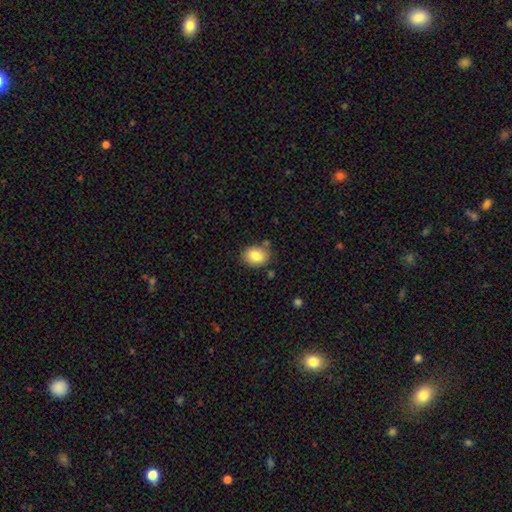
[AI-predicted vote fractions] A smooth galaxy with no disk features (83%) that is in between round and cigar-shaped (62%).

Vote fractions:
- Smooth or featured? smooth: 83% / featured or disk: 8% / star or artifact: 8%
- How rounded? in between: 62% / round: 37% / cigar-shaped: 1%
- Merging? none: 77% / minor disturbance: 14% / merger: 5% / major disturbance: 3%